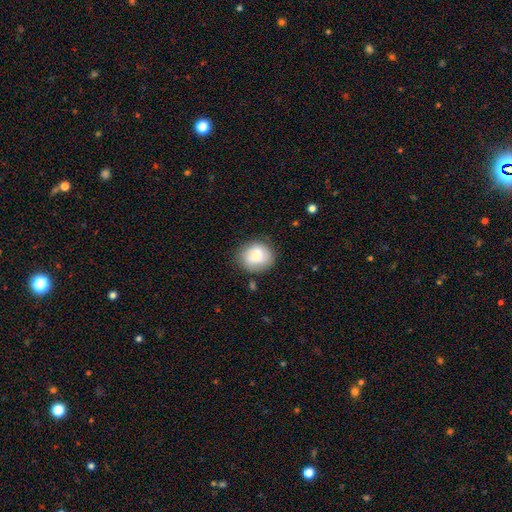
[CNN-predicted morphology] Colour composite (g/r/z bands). It shows a smooth galaxy with no disk features (76%) that is round (76%). Merging: none (78%).